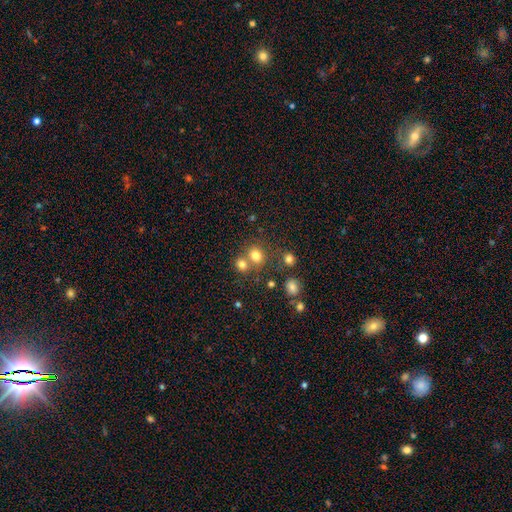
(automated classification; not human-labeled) Smooth or featured: smooth — 77% (star or artifact — 15%)
How rounded: round — 69% (in between — 30%)
Merging: none — 51% (merger — 36%)